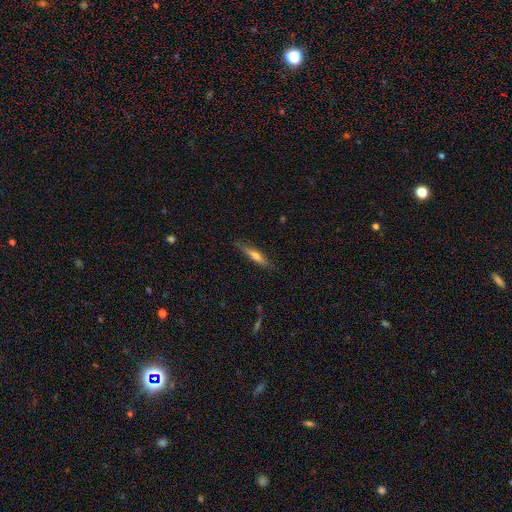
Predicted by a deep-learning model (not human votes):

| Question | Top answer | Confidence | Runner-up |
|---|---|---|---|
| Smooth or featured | smooth | 54% | featured or disk (39%) |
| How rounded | cigar-shaped | 87% | in between (11%) |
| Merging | none | 83% | minor disturbance (13%) |